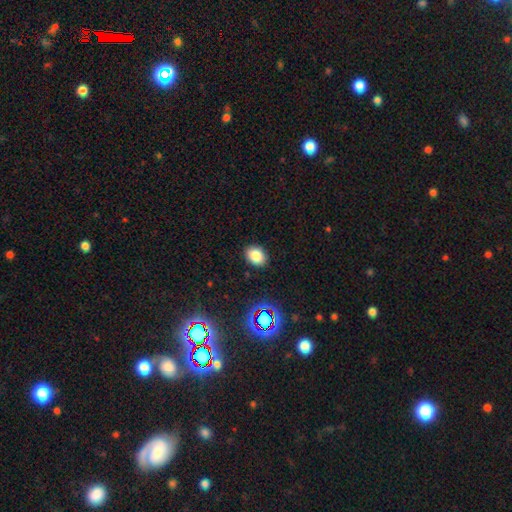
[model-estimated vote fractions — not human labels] smooth 81%, star or artifact 12%, featured or disk 6%. Down the decision tree: how rounded — in between (69%); merging — none (89%).